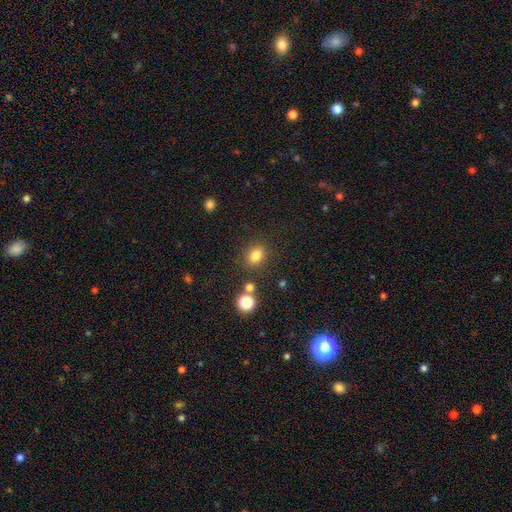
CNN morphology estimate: The model was most divided on "how rounded": round: 53%, in between: 46%, cigar-shaped: 1%. More confident: merging — none (81%); smooth or featured — smooth (81%).